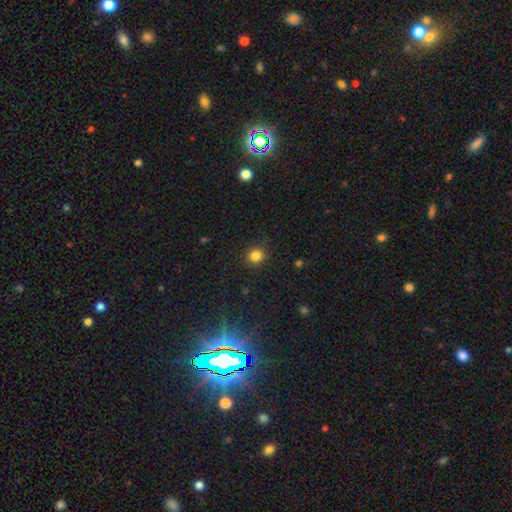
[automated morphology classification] This is clearly a smooth galaxy (83%). How rounded: clearly round (87%). Merging: clearly none (89%).